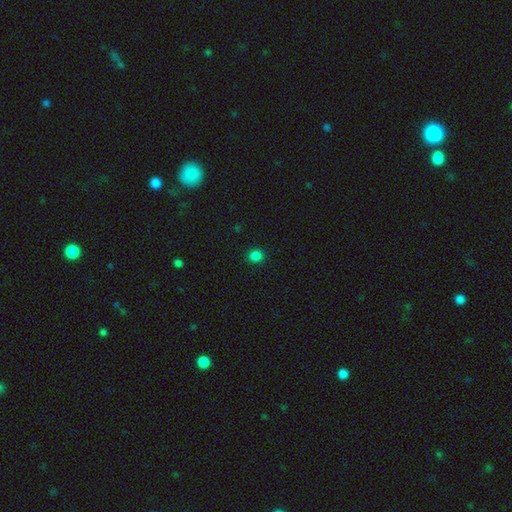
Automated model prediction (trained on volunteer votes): Morphology: type=smooth (83%); roundness=round (80%); merging=none (91%).